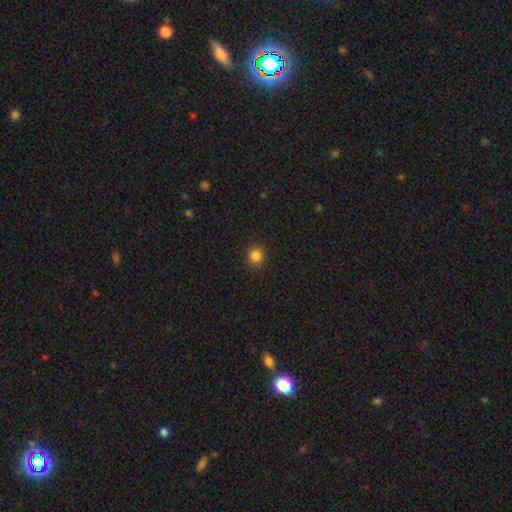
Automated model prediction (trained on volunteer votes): This appears to be a smooth galaxy with no disk features (85%) that is round (87%). Merging: none (91%).